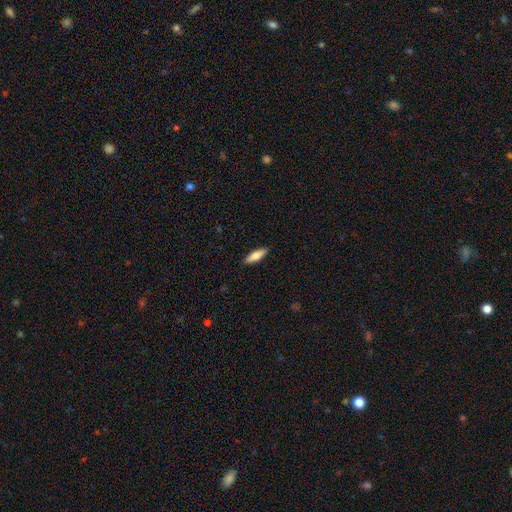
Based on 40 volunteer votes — smooth_or_featured: smooth (p=0.50) [tied with: featured or disk p=0.50]
how_rounded: cigar-shaped (p=0.55) [alt: in between p=0.45]
merging: none (p=0.97) [alt: minor disturbance p=0.03]